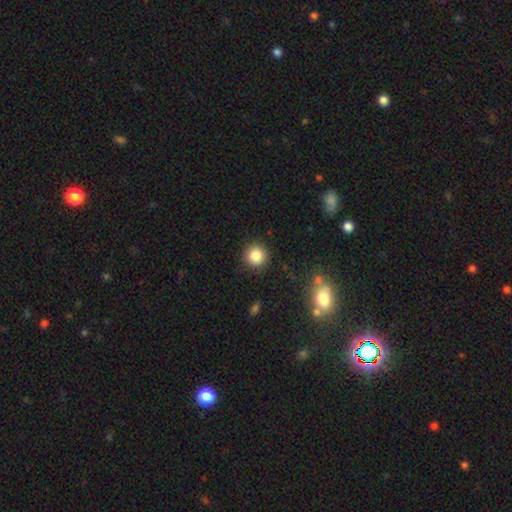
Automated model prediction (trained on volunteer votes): Smooth or featured?
  - smooth: 85% *
  - star or artifact: 11%
  - featured or disk: 5%
How rounded?
  - round: 94% *
  - in between: 5%
  - cigar-shaped: 1%
Merging?
  - none: 90% *
  - minor disturbance: 6%
  - major disturbance: 2%
  - merger: 1%